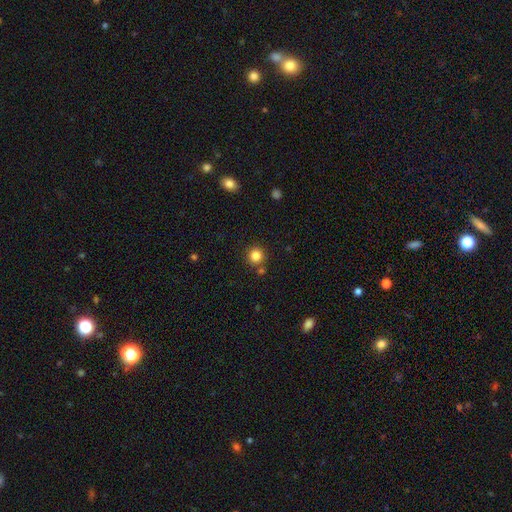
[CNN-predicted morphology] This appears to be a smooth galaxy with no disk features (83%) that is round (94%). Merging: none (85%).